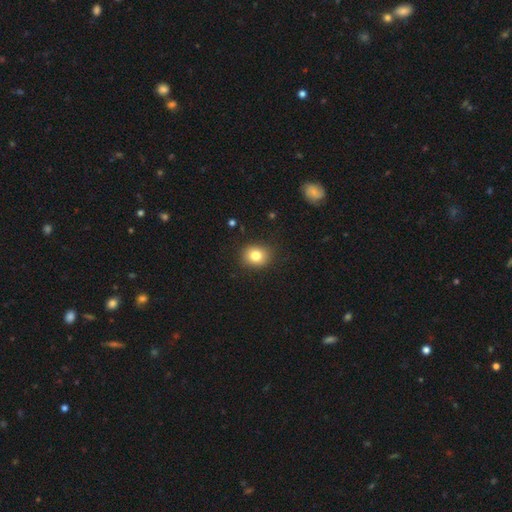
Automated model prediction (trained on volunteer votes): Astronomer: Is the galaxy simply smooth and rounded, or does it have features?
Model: smooth — 81%.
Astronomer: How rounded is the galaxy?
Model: round — 67%.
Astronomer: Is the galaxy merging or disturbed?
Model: none — 87%.